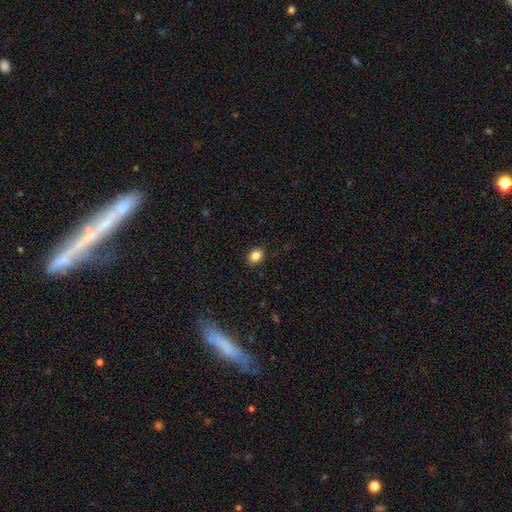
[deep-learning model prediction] Smooth or featured: smooth — 85% (star or artifact — 10%)
How rounded: in between — 62% (round — 37%)
Merging: none — 89% (minor disturbance — 8%)